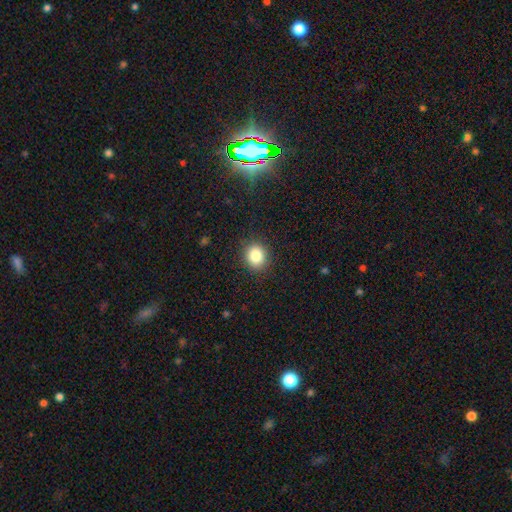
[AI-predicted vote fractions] Smooth or featured? smooth (84%)
How rounded? round (73%)
Merging? none (88%)